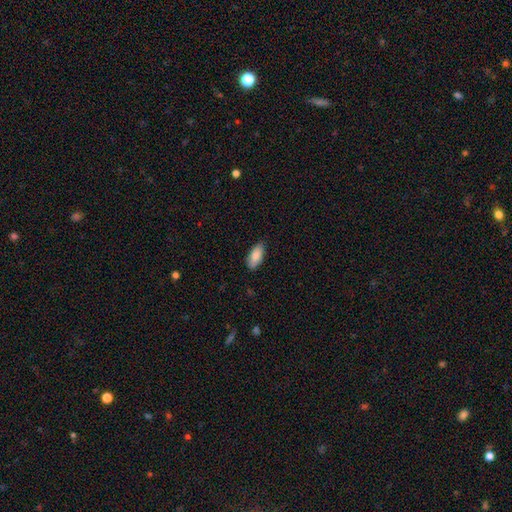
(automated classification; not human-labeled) A smooth galaxy with no disk features (86%) that is in between round and cigar-shaped (87%). Merging: none (83%).